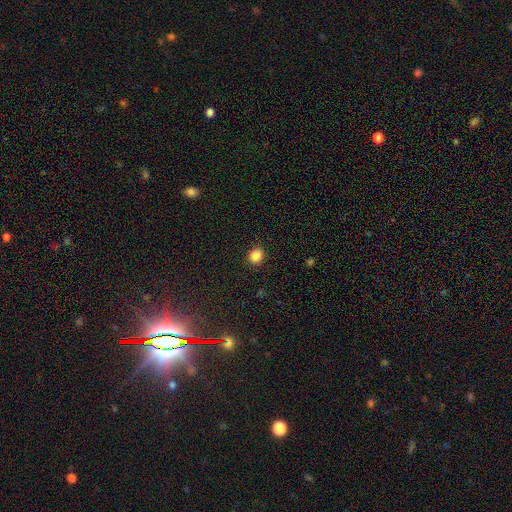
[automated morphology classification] A smooth galaxy with no disk features (87%) that is round (64%).

Vote fractions:
- Smooth or featured? smooth: 87% / star or artifact: 10% / featured or disk: 3%
- How rounded? round: 64% / in between: 35% / cigar-shaped: 1%
- Merging? none: 88% / minor disturbance: 8% / major disturbance: 3% / merger: 1%